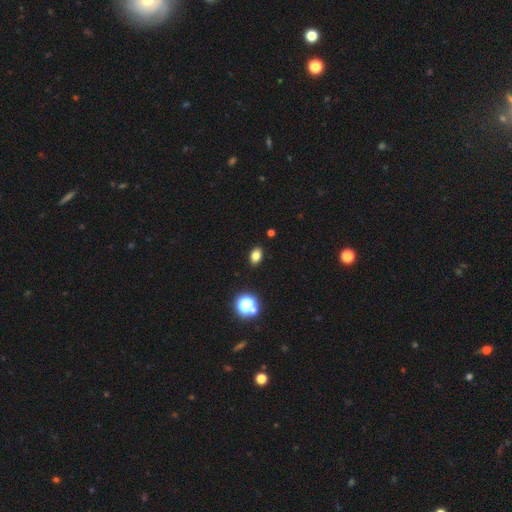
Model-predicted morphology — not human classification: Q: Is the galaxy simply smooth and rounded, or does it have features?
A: smooth — 78%.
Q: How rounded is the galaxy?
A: in between — 82%.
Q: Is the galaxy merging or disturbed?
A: none — 89%.